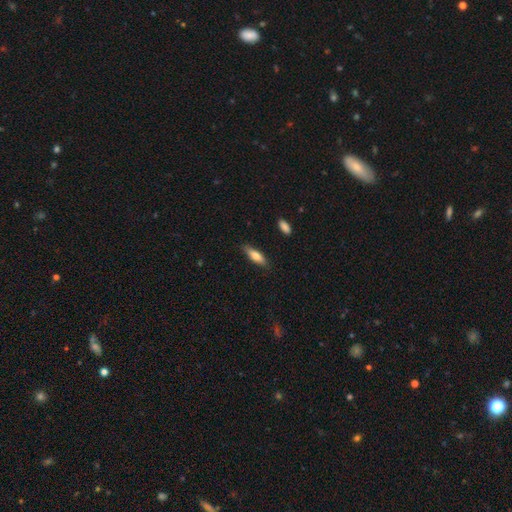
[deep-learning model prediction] smooth 73%, featured or disk 21%, star or artifact 6%. Down the decision tree: how rounded — cigar-shaped (55%); merging — none (83%).